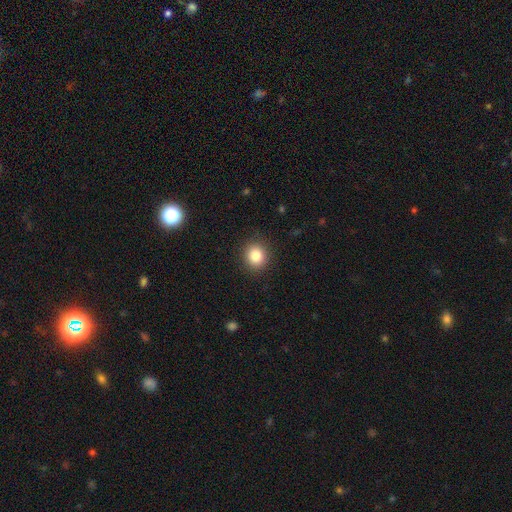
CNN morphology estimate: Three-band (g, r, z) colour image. It shows a smooth galaxy with no disk features (84%) that is round (82%). Merging: none (90%).